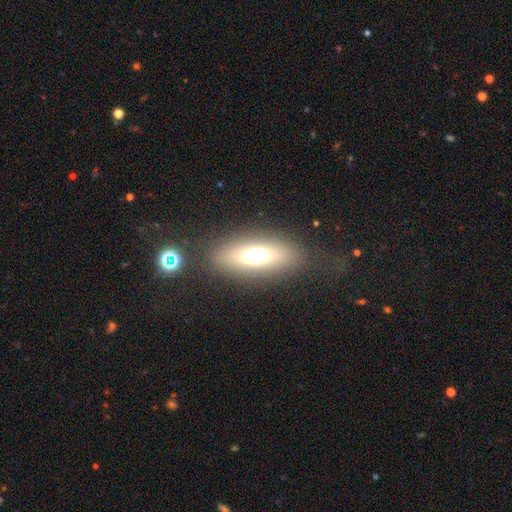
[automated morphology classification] Q: Smooth or featured?
A: smooth (57%); runner-up: featured or disk (28%)
Q: How rounded?
A: in between (70%); runner-up: cigar-shaped (22%)
Q: Merging?
A: none (82%); runner-up: minor disturbance (9%)